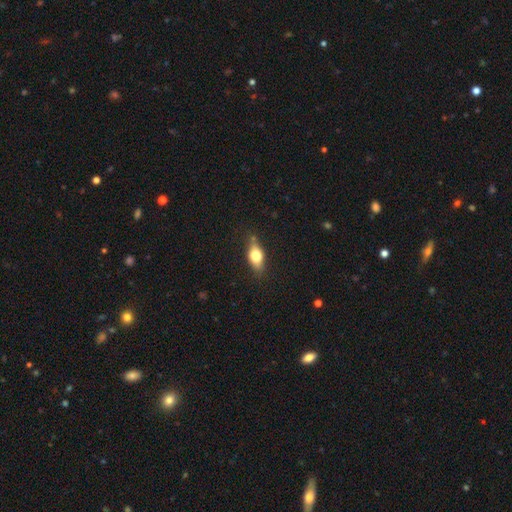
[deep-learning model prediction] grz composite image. It shows a smooth galaxy with no disk features (71%) that is in between round and cigar-shaped (81%). Merging: none (76%).